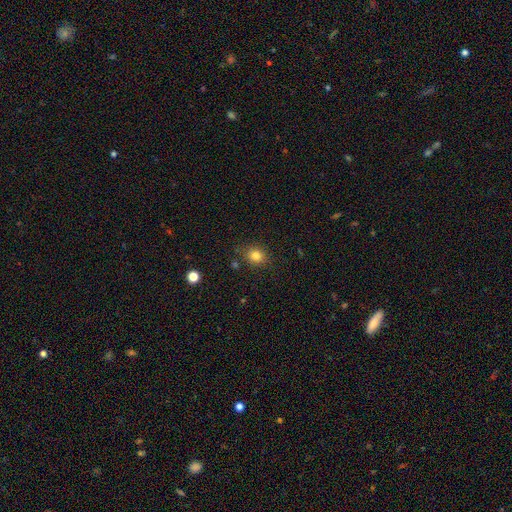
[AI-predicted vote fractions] Q: Smooth or featured?
A: smooth (82%); runner-up: star or artifact (12%)
Q: How rounded?
A: round (69%); runner-up: in between (30%)
Q: Merging?
A: none (83%); runner-up: minor disturbance (11%)